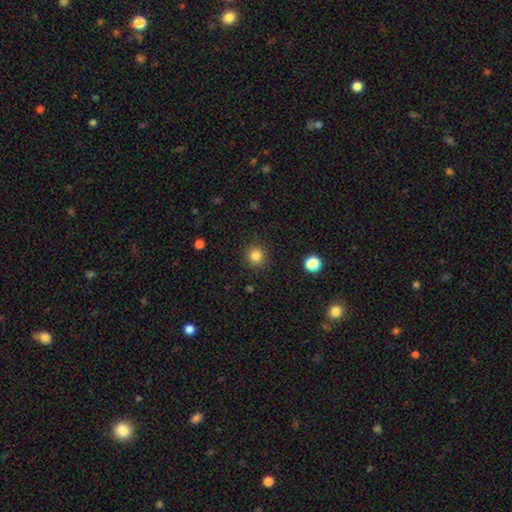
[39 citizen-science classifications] Q: Smooth or featured?
A: smooth (85%); runner-up: featured or disk (8%)
Q: How rounded?
A: round (97%); runner-up: in between (3%)
Q: Merging?
A: none (86%); runner-up: major disturbance (8%)